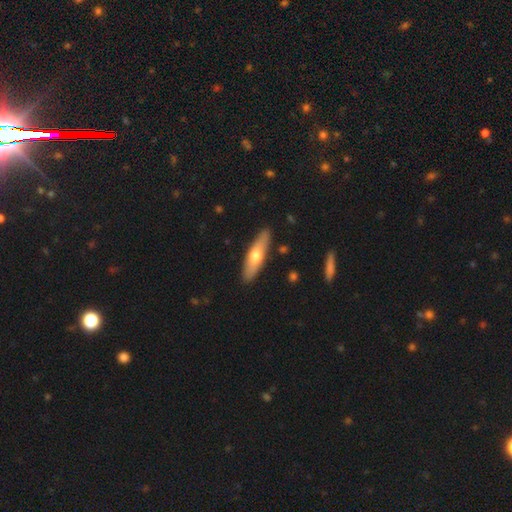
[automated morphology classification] smooth-or-featured: smooth: 58% | featured or disk: 37% | star or artifact: 5%
  how-rounded: cigar-shaped: 64% | in between: 34% | round: 2%
  merging: none: 88% | minor disturbance: 9% | major disturbance: 2% | merger: 1%